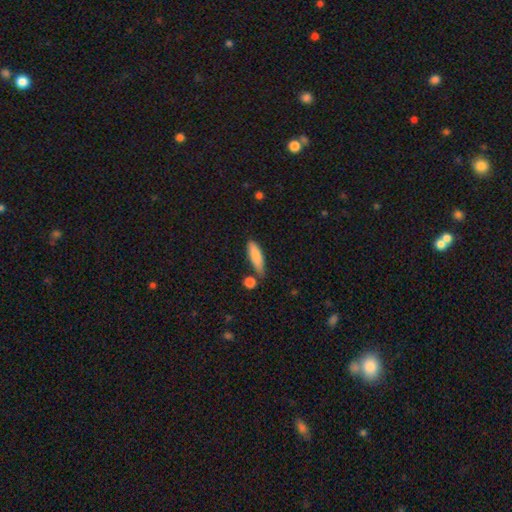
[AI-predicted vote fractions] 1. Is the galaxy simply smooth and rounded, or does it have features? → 83% smooth, 11% featured or disk, 6% star or artifact.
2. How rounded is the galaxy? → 60% cigar-shaped, 38% in between, 2% round.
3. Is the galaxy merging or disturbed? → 68% none, 19% minor disturbance, 9% merger, 4% major disturbance.